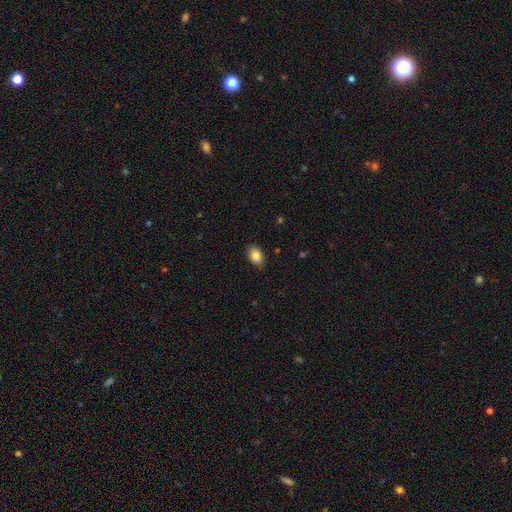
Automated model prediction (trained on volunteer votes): smooth 84%, star or artifact 8%, featured or disk 8%. Down the decision tree: how rounded — in between (87%); merging — none (82%).